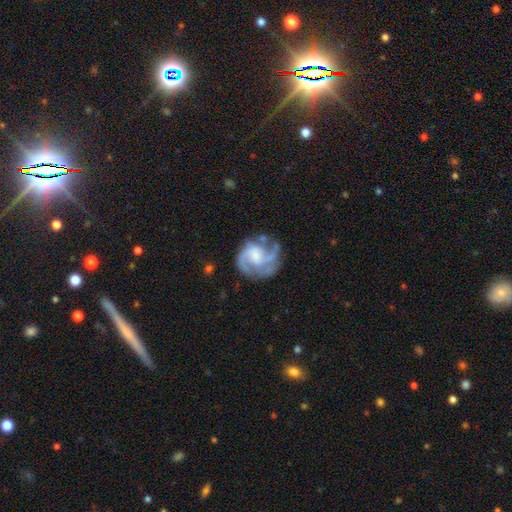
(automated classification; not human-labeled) smooth_or_featured: featured or disk (p=0.84) [alt: smooth p=0.10]
disk_edge_on: no (p=0.98) [alt: yes p=0.02]
bar: no (p=0.56) [alt: weak p=0.36]
has_spiral_arms: yes (p=0.95) [alt: no p=0.05]
spiral_winding: medium (p=0.50) [alt: tight p=0.33]
spiral_arm_count: 3 (p=0.38) [alt: 2 p=0.34]
bulge_size: moderate (p=0.33) [alt: small p=0.31]
merging: none (p=0.62) [alt: minor disturbance p=0.19]